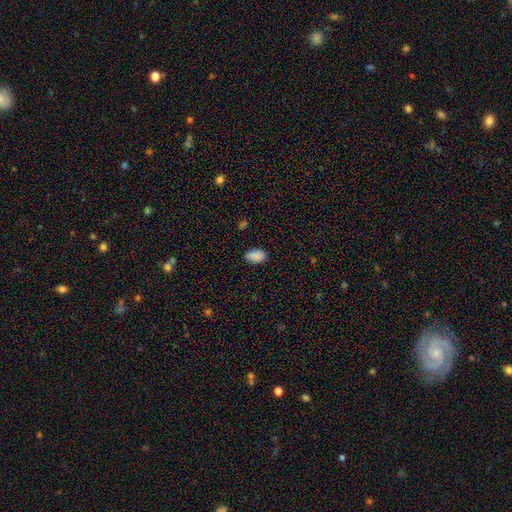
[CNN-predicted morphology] type=smooth (88%); roundness=in between (92%); merging=none (84%).